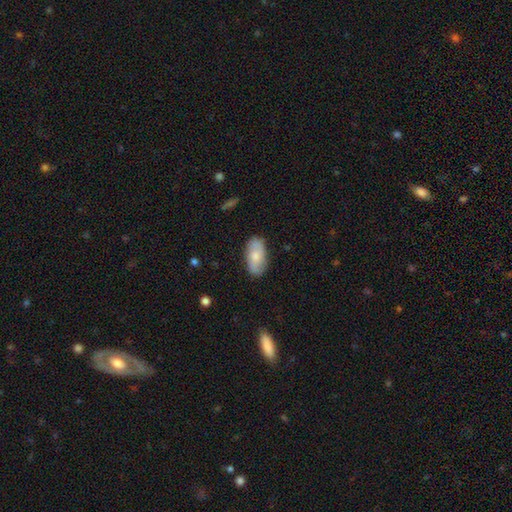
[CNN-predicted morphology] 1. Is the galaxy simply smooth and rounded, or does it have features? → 64% smooth, 29% featured or disk, 6% star or artifact.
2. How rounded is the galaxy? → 93% in between, 3% round, 3% cigar-shaped.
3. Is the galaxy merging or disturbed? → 81% none, 14% minor disturbance, 3% major disturbance, 1% merger.